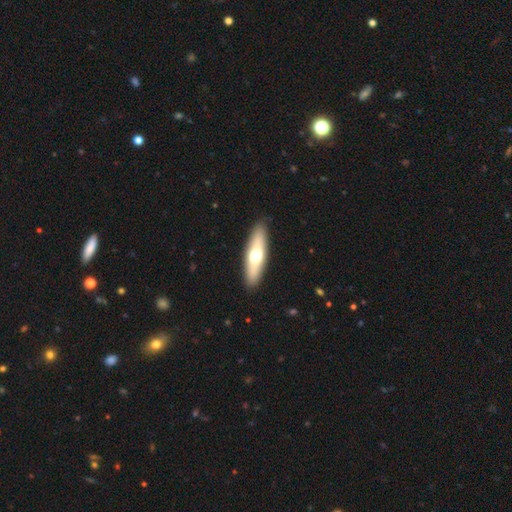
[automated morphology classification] smooth-or-featured: smooth: 55% | featured or disk: 39% | star or artifact: 5%
  how-rounded: cigar-shaped: 59% | in between: 38% | round: 2%
  merging: none: 90% | minor disturbance: 7% | major disturbance: 2% | merger: 1%